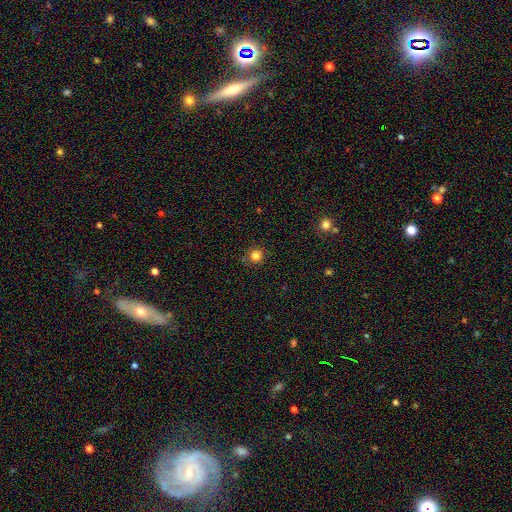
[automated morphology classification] Smooth or featured? Predicted: smooth (p=0.82). How rounded? Predicted: round (p=0.93). Merging? Predicted: none (p=0.88).